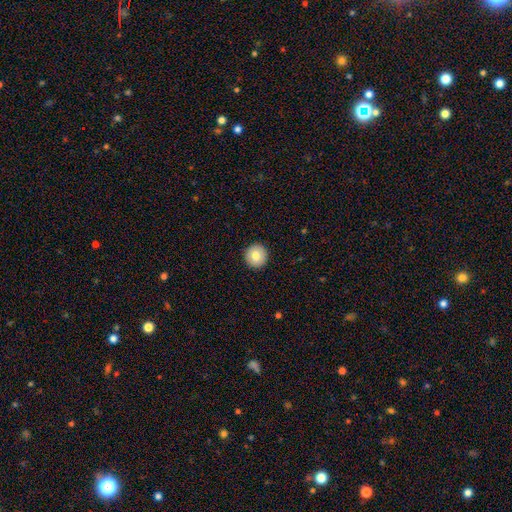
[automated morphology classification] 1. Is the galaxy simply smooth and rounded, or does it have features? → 78% smooth, 14% featured or disk, 8% star or artifact.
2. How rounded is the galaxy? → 95% round, 4% in between, 1% cigar-shaped.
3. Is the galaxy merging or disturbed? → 93% none, 5% minor disturbance, 1% major disturbance, 1% merger.